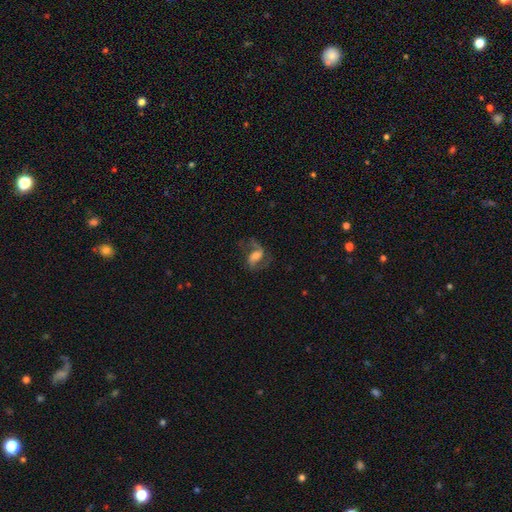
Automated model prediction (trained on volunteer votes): This appears to be a featured or disk galaxy (78%) with a weak bar (44%), 2 (89%) loose (48%) spiral arms (93%) and a moderate central bulge (50%). Merging: none (64%).